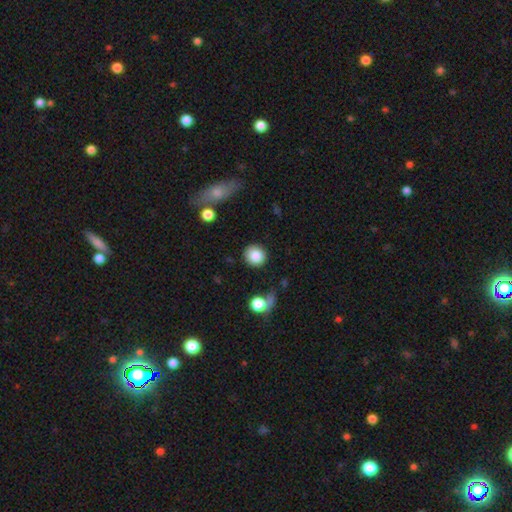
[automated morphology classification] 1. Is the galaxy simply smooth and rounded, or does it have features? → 86% smooth, 8% star or artifact, 6% featured or disk.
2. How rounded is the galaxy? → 91% round, 8% in between, 1% cigar-shaped.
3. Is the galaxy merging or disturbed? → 85% none, 9% minor disturbance, 3% major disturbance, 3% merger.